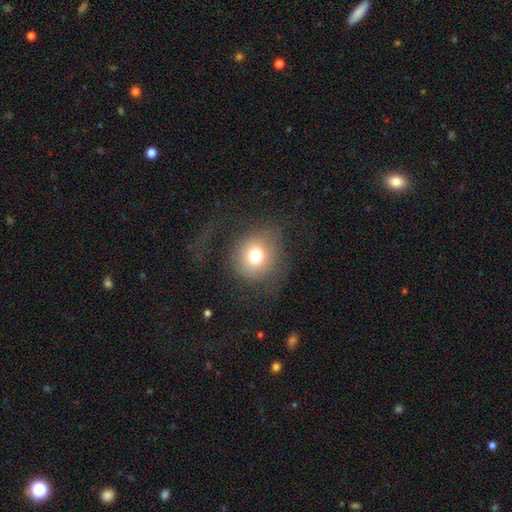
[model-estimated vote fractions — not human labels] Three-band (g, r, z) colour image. It shows a smooth galaxy with no disk features (72%) that is round (84%). Merging: none (60%).